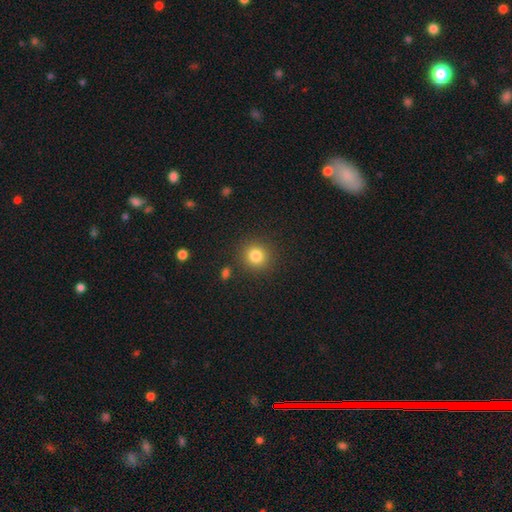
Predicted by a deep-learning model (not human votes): This appears to be a smooth galaxy with no disk features (82%) that is round (90%). Merging: none (88%).